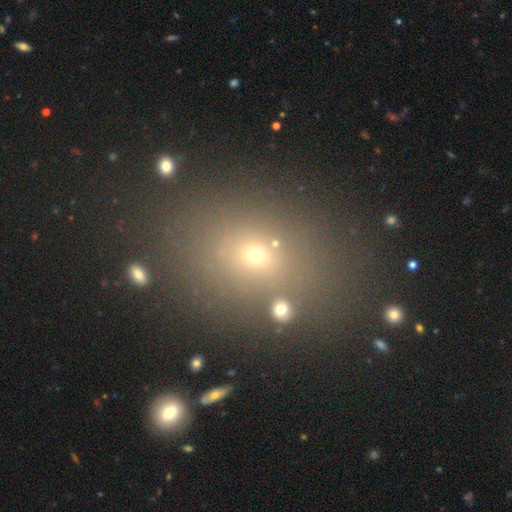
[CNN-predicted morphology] Smooth or featured: smooth — 61% (star or artifact — 25%)
How rounded: in between — 58% (round — 39%)
Merging: none — 75% (minor disturbance — 13%)